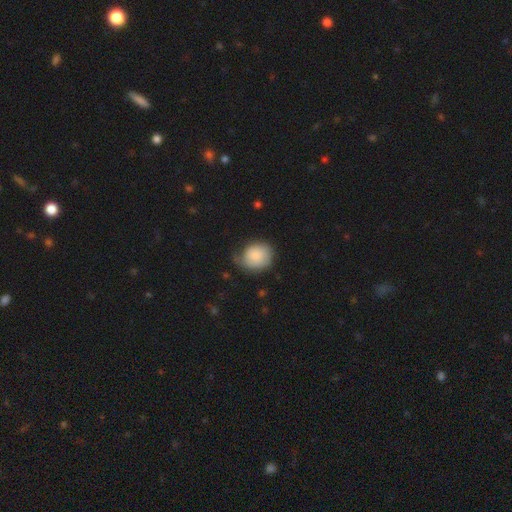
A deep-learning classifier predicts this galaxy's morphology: type=smooth (83%); roundness=round (70%); merging=none (47%).